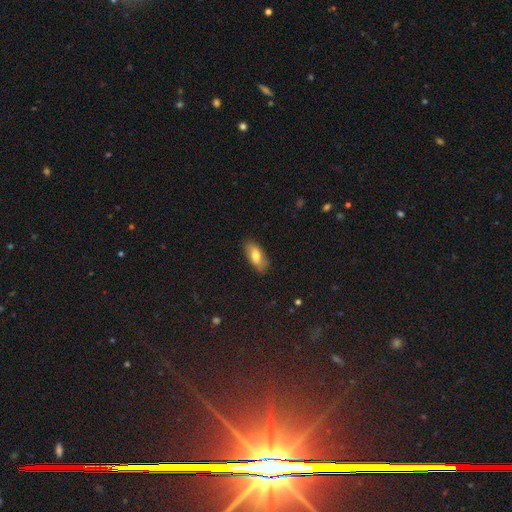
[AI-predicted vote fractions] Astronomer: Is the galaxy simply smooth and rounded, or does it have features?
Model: smooth — 71%.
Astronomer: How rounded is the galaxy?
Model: in between — 87%.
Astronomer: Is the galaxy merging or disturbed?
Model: none — 83%.